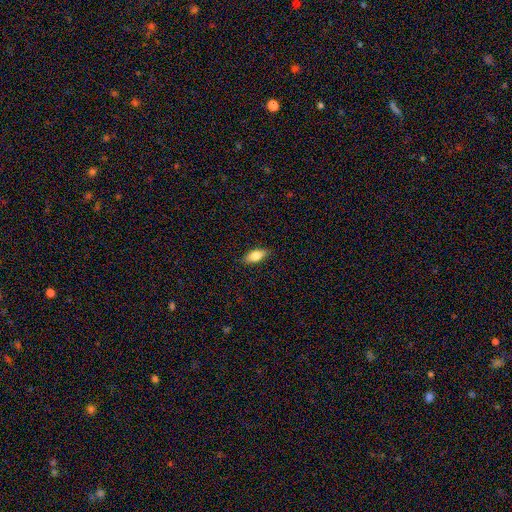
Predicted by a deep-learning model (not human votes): Overall: smooth (79%). How rounded: in between (83%). Merging: none (87%).